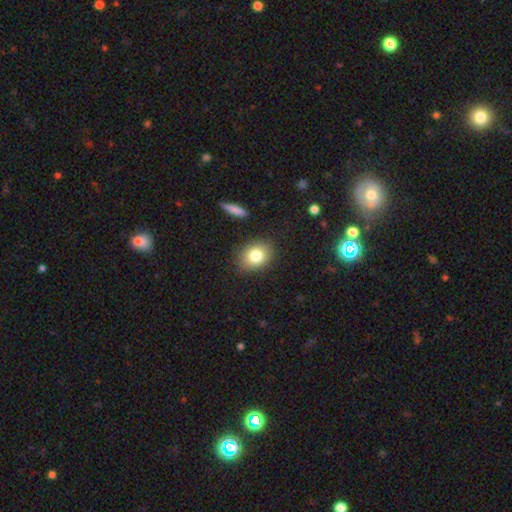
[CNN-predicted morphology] The model was most divided on "how rounded": in between: 56%, round: 43%, cigar-shaped: 1%. More confident: merging — none (85%); smooth or featured — smooth (80%).